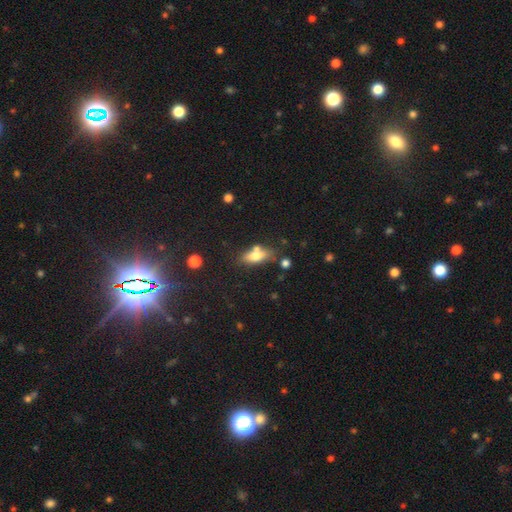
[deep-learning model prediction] smooth_or_featured: smooth (p=0.70) [alt: featured or disk p=0.22]
how_rounded: in between (p=0.74) [alt: cigar-shaped p=0.22]
merging: none (p=0.60) [alt: minor disturbance p=0.18]